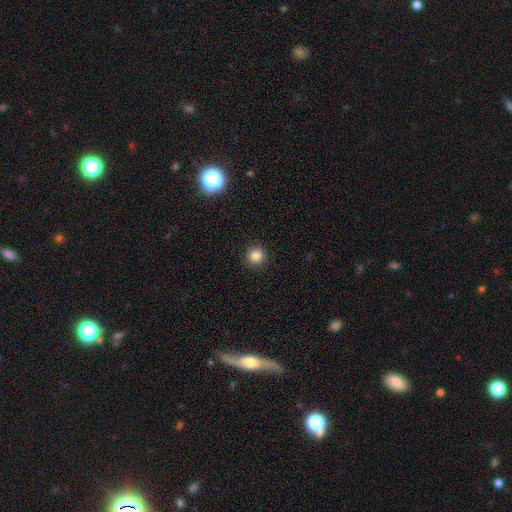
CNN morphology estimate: Overall: smooth (85%). How rounded: round (93%). Merging: none (91%).